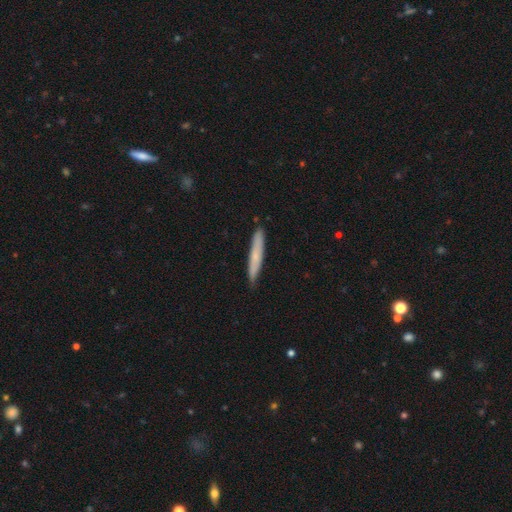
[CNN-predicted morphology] Smooth or featured? Predicted: smooth (p=0.68). How rounded? Predicted: cigar-shaped (p=0.94). Merging? Predicted: none (p=0.88).